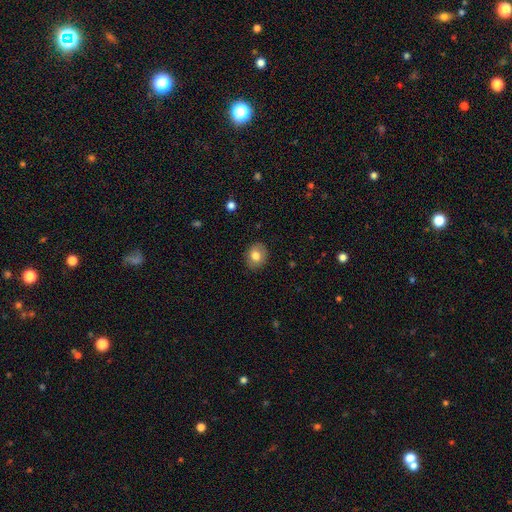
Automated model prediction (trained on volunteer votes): Smooth or featured?
  - smooth: 77% *
  - featured or disk: 15%
  - star or artifact: 8%
How rounded?
  - round: 53% *
  - in between: 46%
  - cigar-shaped: 1%
Merging?
  - none: 85% *
  - minor disturbance: 11%
  - major disturbance: 3%
  - merger: 1%